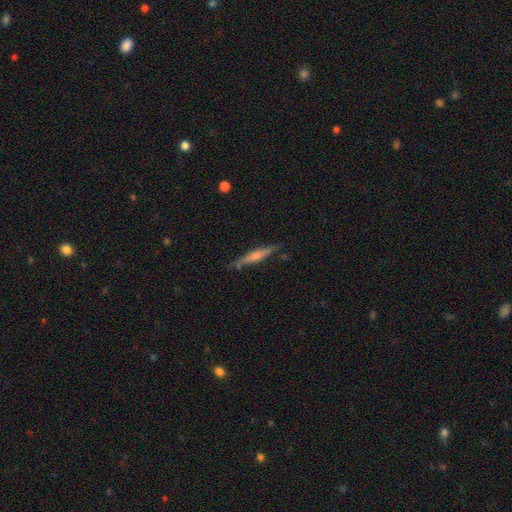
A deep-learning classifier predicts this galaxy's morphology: A featured or disk galaxy (53%) viewed edge-on (96%) with a rounded central bulge (58%). Merging: none (84%).